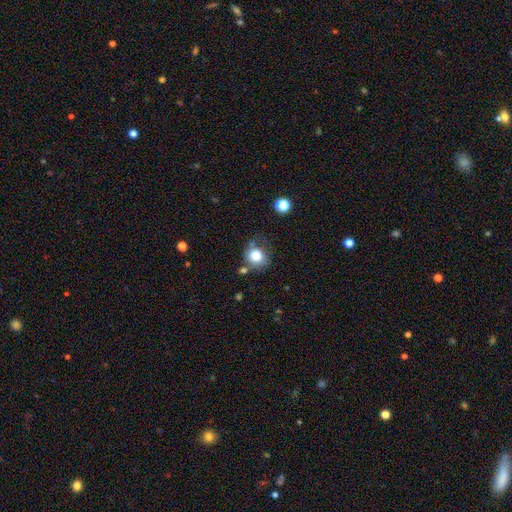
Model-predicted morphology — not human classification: A smooth galaxy with no disk features (81%) that is round (79%).

Vote fractions:
- Smooth or featured? smooth: 81% / star or artifact: 10% / featured or disk: 9%
- How rounded? round: 79% / in between: 20% / cigar-shaped: 1%
- Merging? none: 60% / minor disturbance: 22% / merger: 10% / major disturbance: 9%